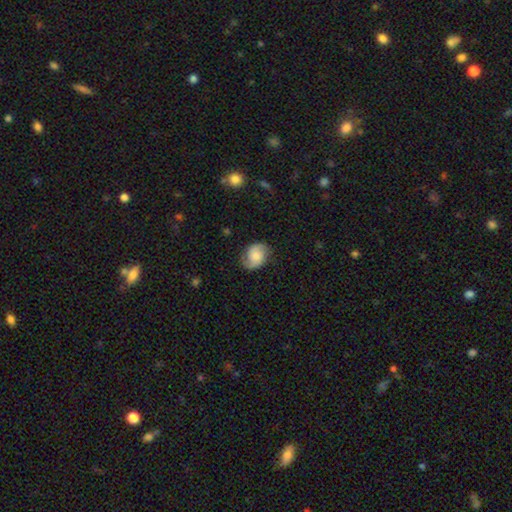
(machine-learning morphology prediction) A featured or disk galaxy (52%) with no bar (71%), spiral arms (92%) and a small central bulge (32%, tied with moderate). Merging: none (73%).